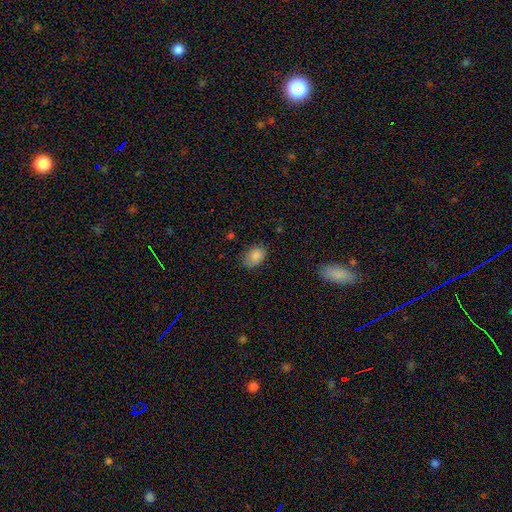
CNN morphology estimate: The model was most divided on "merging": none: 76%, minor disturbance: 19%, major disturbance: 4%, merger: 1%. More confident: smooth or featured — smooth (86%); how rounded — in between (81%).